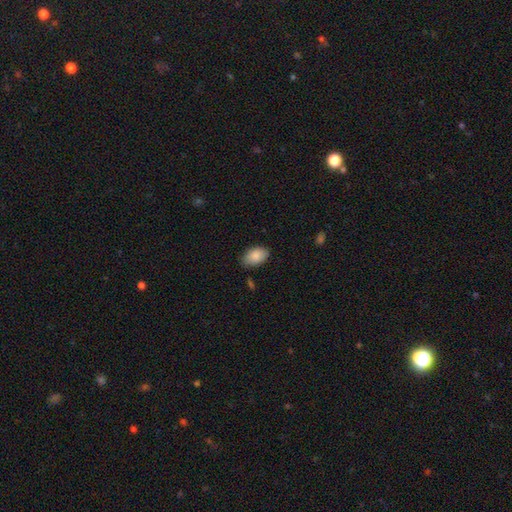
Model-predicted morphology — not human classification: Smooth or featured: smooth — 86% (featured or disk — 7%)
How rounded: in between — 91% (round — 8%)
Merging: none — 80% (minor disturbance — 16%)